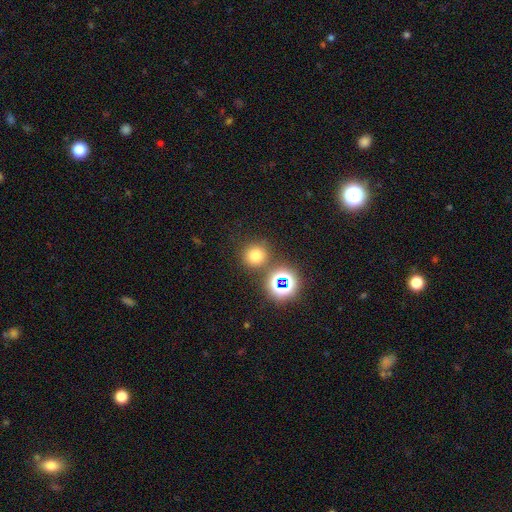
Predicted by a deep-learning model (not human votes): Smooth or featured?
  - smooth: 69% *
  - star or artifact: 24%
  - featured or disk: 8%
How rounded?
  - round: 91% *
  - in between: 8%
  - cigar-shaped: 1%
Merging?
  - none: 79% *
  - merger: 10%
  - minor disturbance: 8%
  - major disturbance: 4%